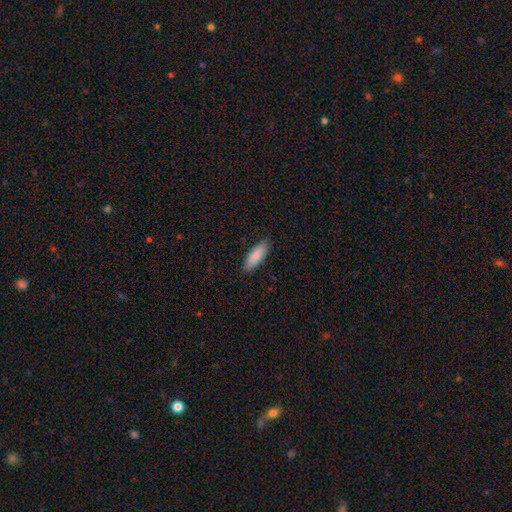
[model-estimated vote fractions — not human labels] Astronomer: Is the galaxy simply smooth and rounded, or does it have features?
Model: smooth — 88%.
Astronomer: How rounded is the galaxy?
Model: in between — 68%.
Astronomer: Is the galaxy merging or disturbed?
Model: none — 88%.